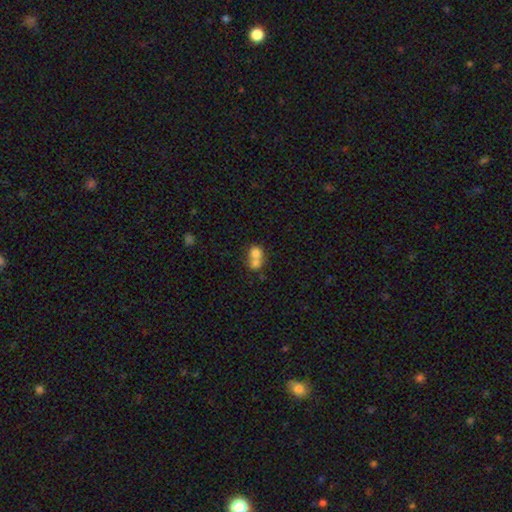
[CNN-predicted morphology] Q: Smooth or featured?
A: smooth (72%); runner-up: featured or disk (18%)
Q: How rounded?
A: round (69%); runner-up: in between (30%)
Q: Merging?
A: merger (70%); runner-up: none (23%)